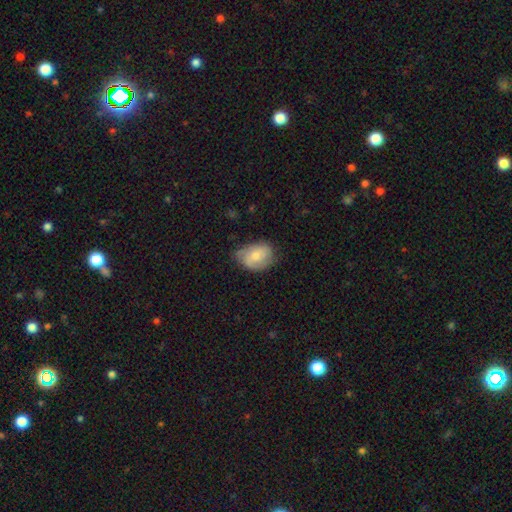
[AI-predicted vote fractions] A smooth galaxy with no disk features (56%) that is in between round and cigar-shaped (72%). Merging: none (55%).